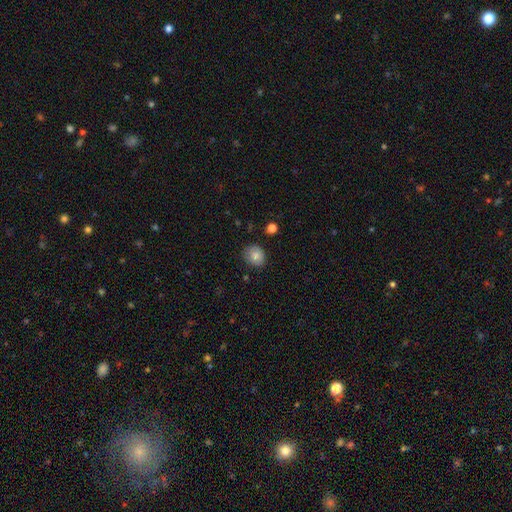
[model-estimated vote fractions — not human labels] Q: Smooth or featured?
A: smooth (82%); runner-up: featured or disk (9%)
Q: How rounded?
A: round (72%); runner-up: in between (27%)
Q: Merging?
A: none (79%); runner-up: minor disturbance (16%)